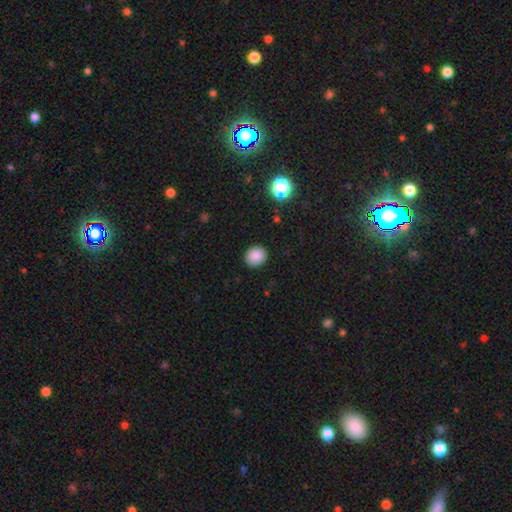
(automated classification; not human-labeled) smooth_or_featured: smooth (p=0.87) [alt: star or artifact p=0.10]
how_rounded: round (p=0.75) [alt: in between p=0.24]
merging: none (p=0.89) [alt: minor disturbance p=0.07]